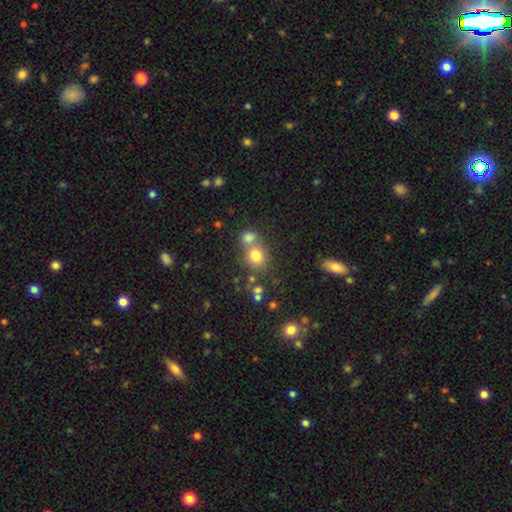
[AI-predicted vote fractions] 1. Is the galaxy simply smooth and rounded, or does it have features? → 76% smooth, 14% star or artifact, 11% featured or disk.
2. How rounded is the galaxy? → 74% round, 25% in between, 1% cigar-shaped.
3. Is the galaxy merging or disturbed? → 49% none, 38% merger, 9% minor disturbance, 4% major disturbance.